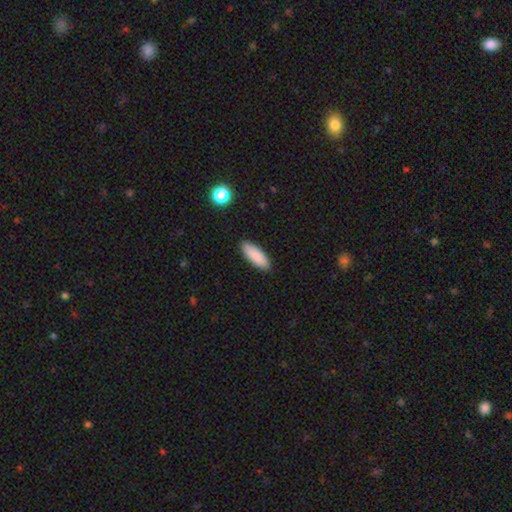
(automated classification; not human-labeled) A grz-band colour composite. It shows a smooth galaxy with no disk features (89%) that is in between round and cigar-shaped (61%). Merging: none (90%).